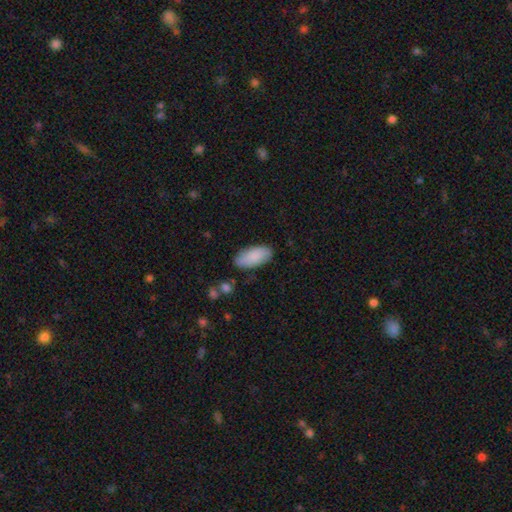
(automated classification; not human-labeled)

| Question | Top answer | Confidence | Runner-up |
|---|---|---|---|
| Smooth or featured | smooth | 87% | featured or disk (7%) |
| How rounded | in between | 91% | cigar-shaped (7%) |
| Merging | none | 83% | minor disturbance (12%) |